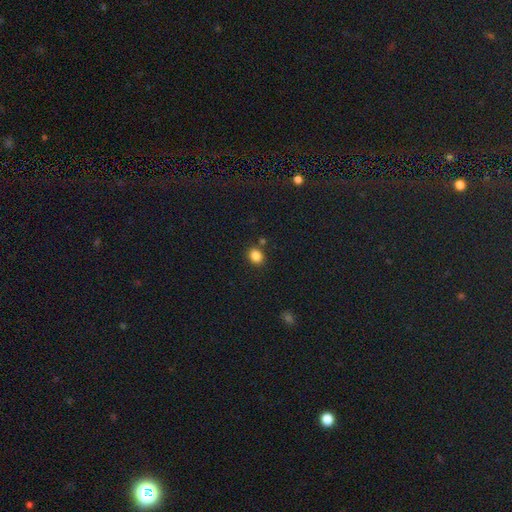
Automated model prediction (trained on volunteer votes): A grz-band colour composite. It shows a smooth galaxy with no disk features (84%) that is round (60%). Merging: none (82%).